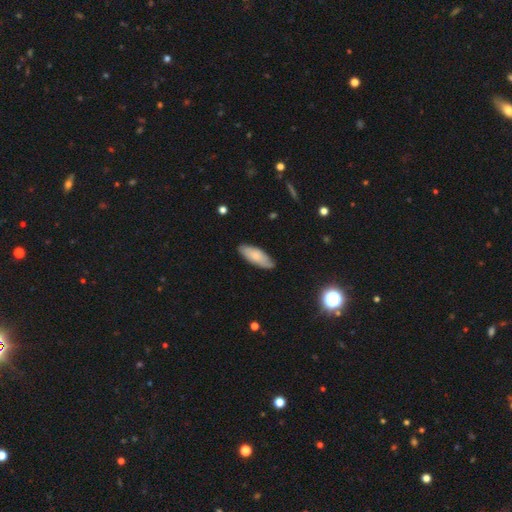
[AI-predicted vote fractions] Smooth or featured? smooth (68%)
How rounded? in between (73%)
Merging? none (78%)